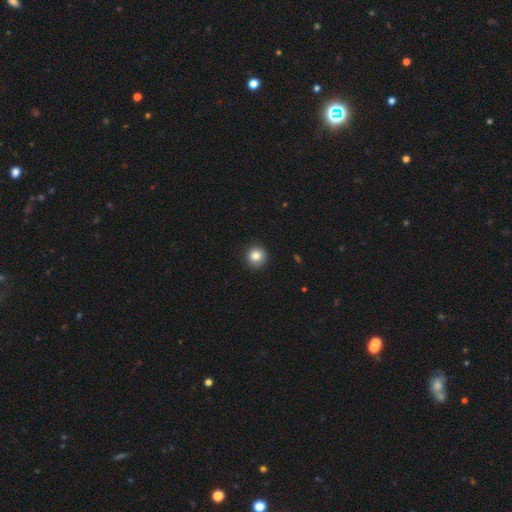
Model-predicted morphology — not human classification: Overall: smooth (84%). How rounded: round (94%). Merging: none (90%).